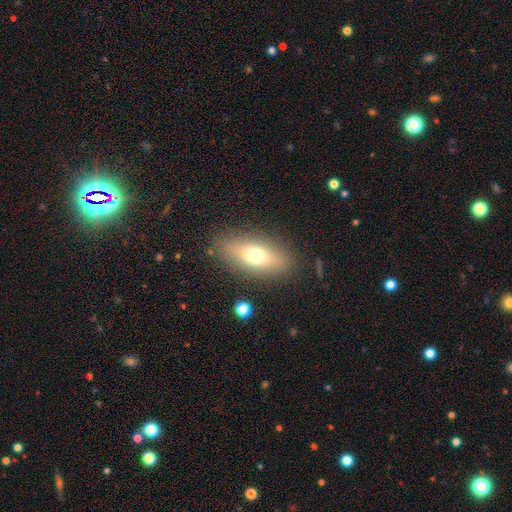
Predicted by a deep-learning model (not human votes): Overall: smooth (68%). How rounded: in between (77%). Merging: none (85%).